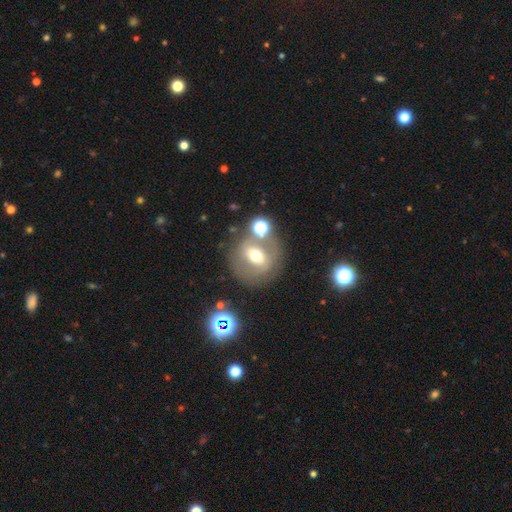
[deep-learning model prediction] Smooth or featured: smooth — 45% (featured or disk — 42%)
Merging: none — 65% (merger — 14%)